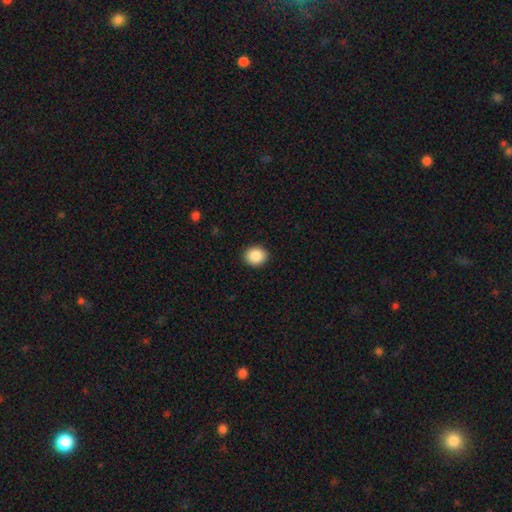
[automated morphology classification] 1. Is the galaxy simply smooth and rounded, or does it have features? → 89% smooth, 8% star or artifact, 4% featured or disk.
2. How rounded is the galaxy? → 60% round, 39% in between, 1% cigar-shaped.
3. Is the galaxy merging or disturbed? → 91% none, 6% minor disturbance, 2% major disturbance, 1% merger.